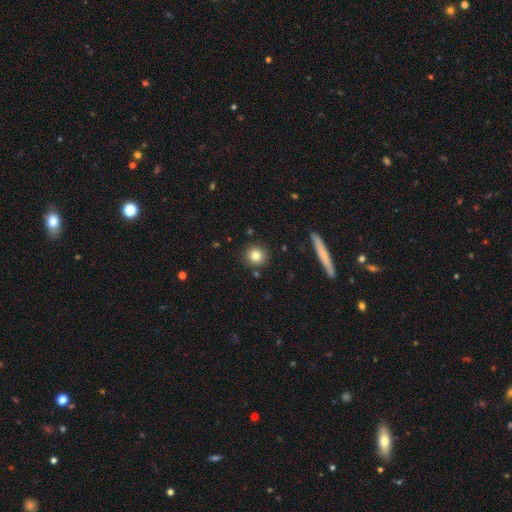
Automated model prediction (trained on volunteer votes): The model was most divided on "smooth or featured": smooth: 81%, star or artifact: 10%, featured or disk: 9%. More confident: how rounded — round (92%); merging — none (87%).